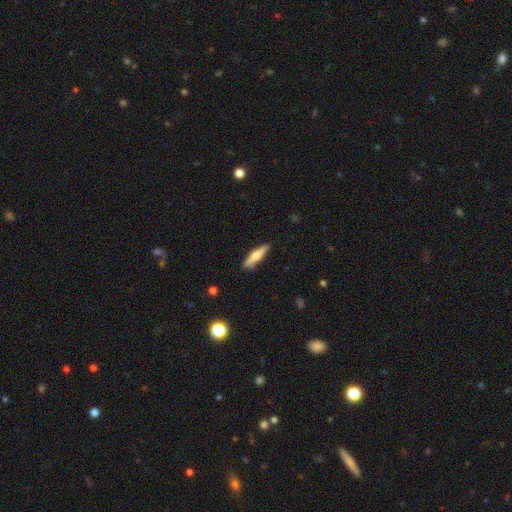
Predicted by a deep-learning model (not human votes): smooth 56%, featured or disk 38%, star or artifact 6%. Down the decision tree: how rounded — cigar-shaped (79%); merging — none (87%).